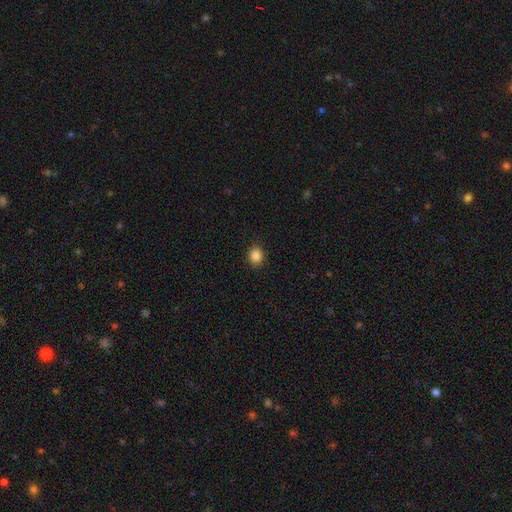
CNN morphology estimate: A smooth galaxy with no disk features (86%) that is round (69%).

Vote fractions:
- Smooth or featured? smooth: 86% / star or artifact: 10% / featured or disk: 4%
- How rounded? round: 69% / in between: 30% / cigar-shaped: 1%
- Merging? none: 89% / minor disturbance: 8% / major disturbance: 2% / merger: 1%